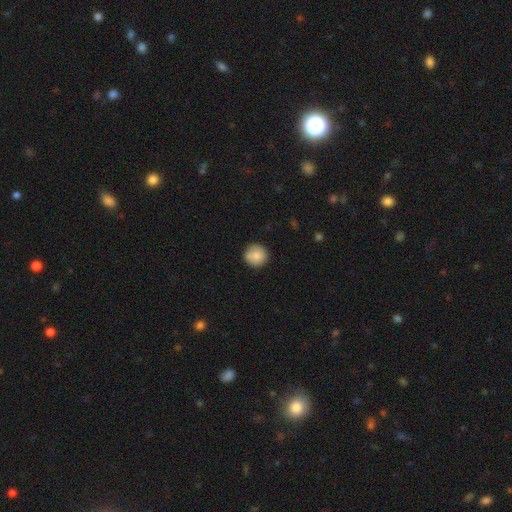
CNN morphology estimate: Smooth or featured? Predicted: smooth (p=0.86). How rounded? Predicted: round (p=0.94). Merging? Predicted: none (p=0.86).